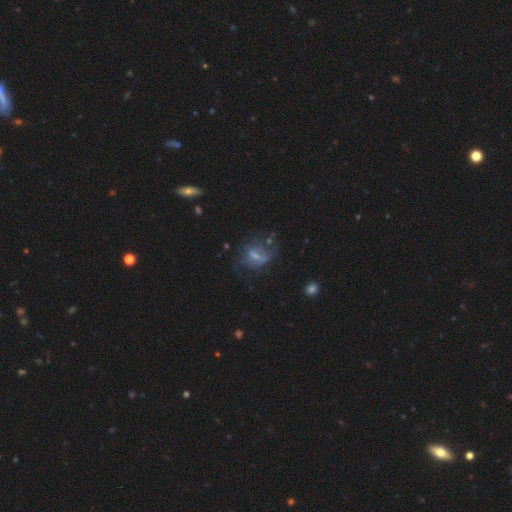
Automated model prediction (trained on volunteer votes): Morphology: type=featured or disk (46%); merging=none (42%).